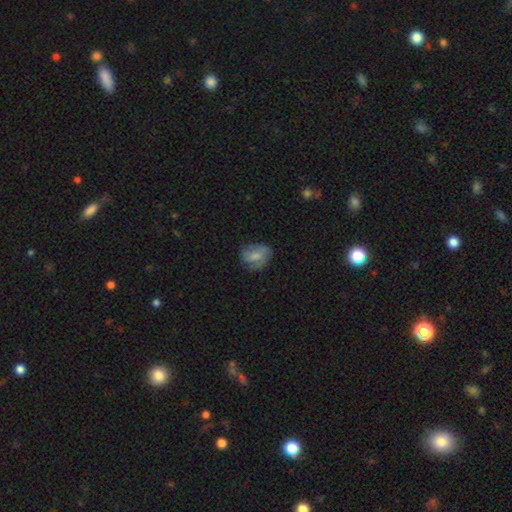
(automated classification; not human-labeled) Smooth or featured? smooth (51%)
How rounded? in between (59%)
Merging? none (57%)